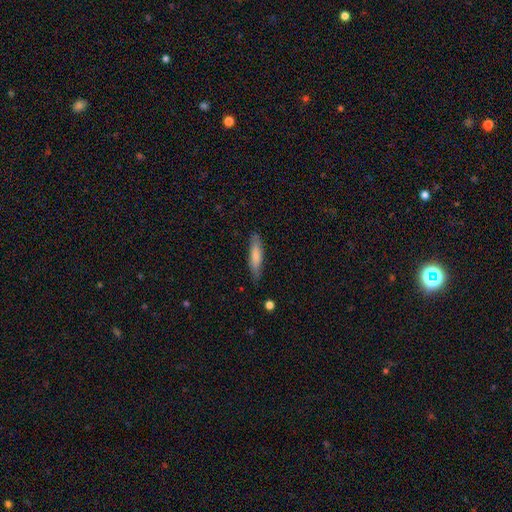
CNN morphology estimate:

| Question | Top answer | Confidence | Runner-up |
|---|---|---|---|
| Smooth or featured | smooth | 76% | featured or disk (18%) |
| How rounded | cigar-shaped | 75% | in between (23%) |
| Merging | none | 81% | minor disturbance (15%) |